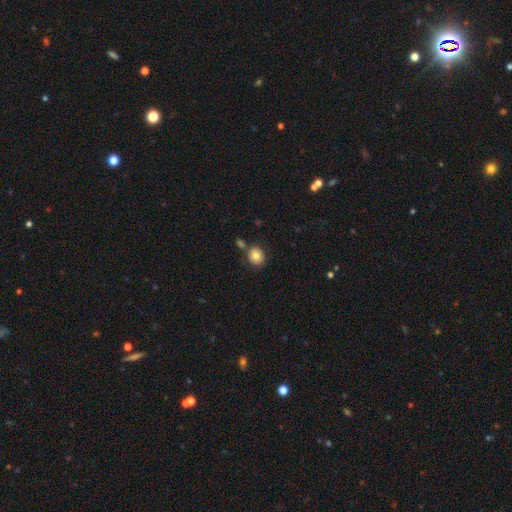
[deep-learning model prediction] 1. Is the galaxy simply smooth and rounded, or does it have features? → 81% smooth, 10% featured or disk, 9% star or artifact.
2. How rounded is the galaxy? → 73% round, 26% in between, 1% cigar-shaped.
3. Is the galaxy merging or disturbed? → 73% none, 13% merger, 11% minor disturbance, 3% major disturbance.